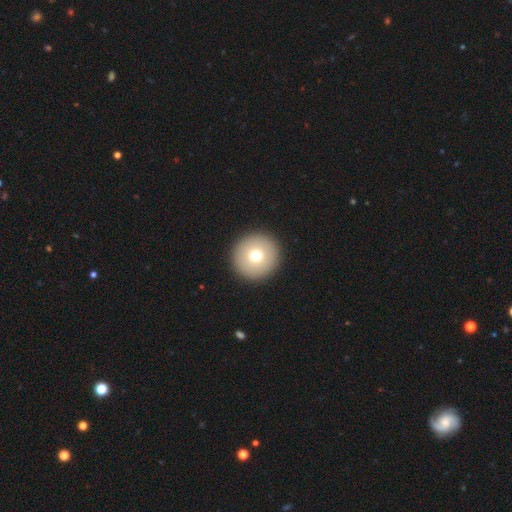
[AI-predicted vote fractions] This appears to be a smooth galaxy with no disk features (73%) that is round (96%). Merging: none (94%).